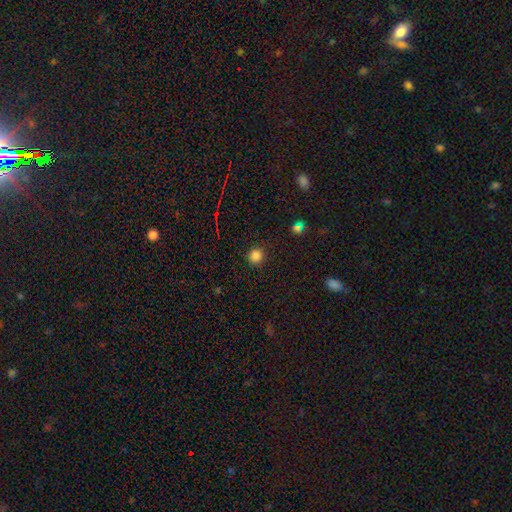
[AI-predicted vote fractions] The model was most divided on "smooth or featured": smooth: 83%, star or artifact: 14%, featured or disk: 3%. More confident: how rounded — round (92%); merging — none (89%).